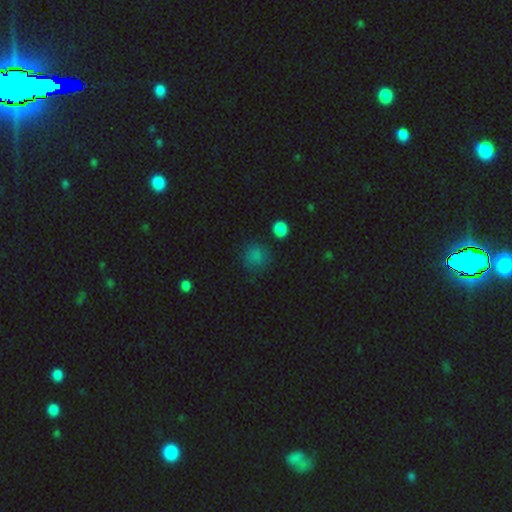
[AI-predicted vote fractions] Morphology: type=smooth (77%); roundness=round (87%); merging=none (74%).